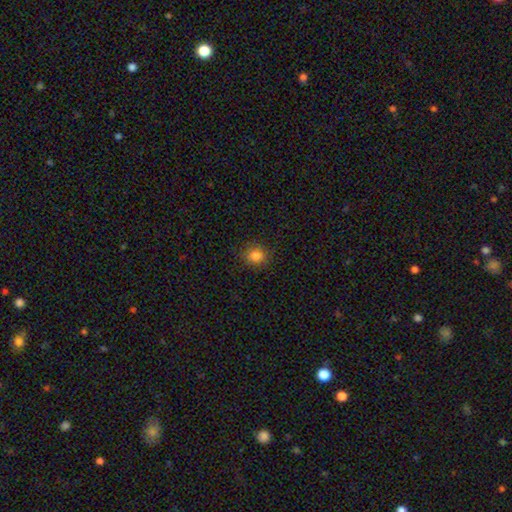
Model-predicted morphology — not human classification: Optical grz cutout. It shows a smooth galaxy with no disk features (83%) that is round (82%). Merging: none (89%).